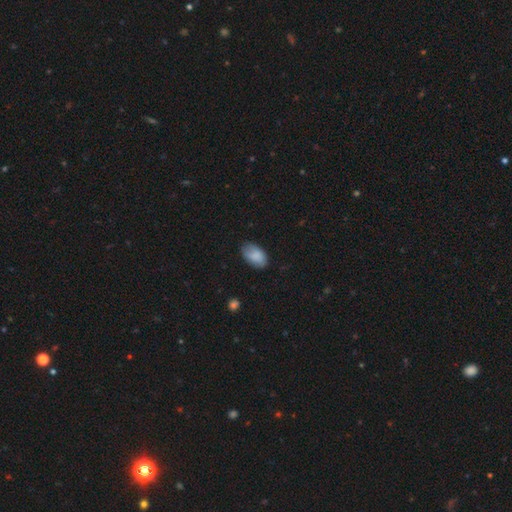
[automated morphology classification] type=smooth (85%); roundness=in between (94%); merging=none (76%).